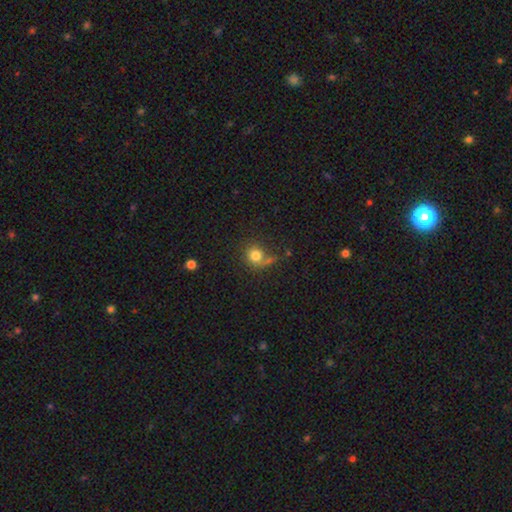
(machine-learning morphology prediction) Smooth or featured? smooth (80%)
How rounded? round (86%)
Merging? none (63%)